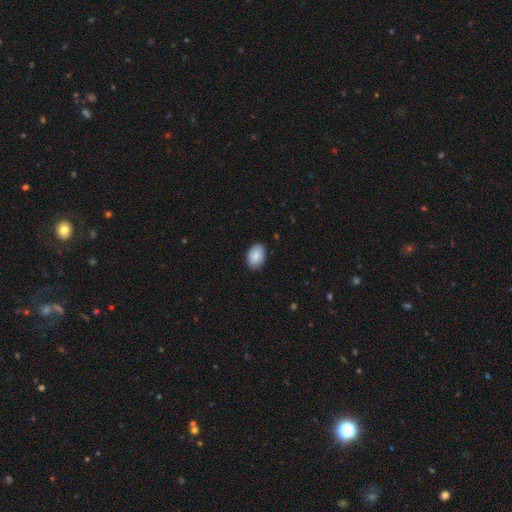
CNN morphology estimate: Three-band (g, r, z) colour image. It shows a smooth galaxy with no disk features (85%) that is in between round and cigar-shaped (83%). Merging: none (84%).